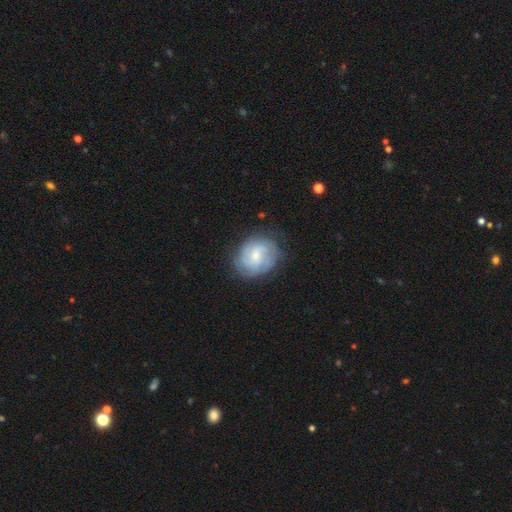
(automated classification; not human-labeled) The model was most divided on "spiral arm count": can't tell: 38%, 2: 26%, 3: 19%, 4: 8%, 1: 4%, more than 4: 4%. More confident: edge-on disk — no (98%); spiral arms — yes (90%); merging — none (75%); smooth or featured — featured or disk (66%); spiral winding — tight (59%); bulge size — small (55%); bar — no (55%).